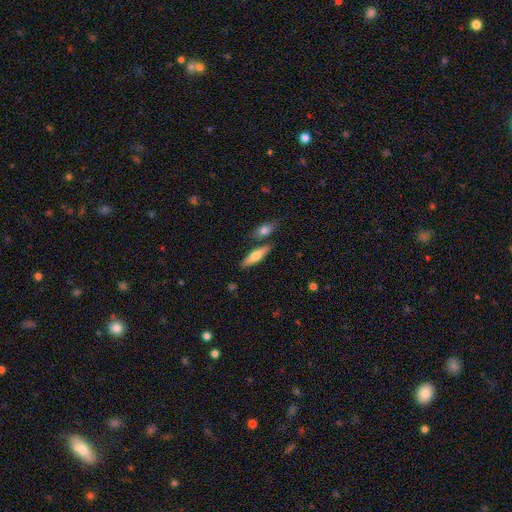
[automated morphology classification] The model was most divided on "smooth or featured": smooth: 60%, featured or disk: 34%, star or artifact: 6%. More confident: merging — none (74%); how rounded — cigar-shaped (63%).